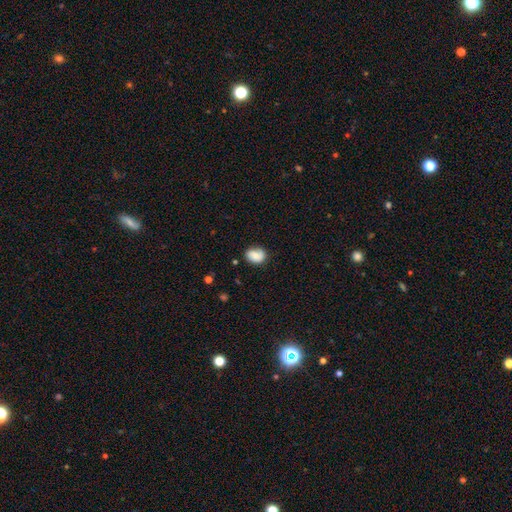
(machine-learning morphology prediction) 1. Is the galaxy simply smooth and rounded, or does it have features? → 72% smooth, 19% featured or disk, 9% star or artifact.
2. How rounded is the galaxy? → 61% in between, 38% round, 1% cigar-shaped.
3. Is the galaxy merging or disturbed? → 69% none, 23% minor disturbance, 5% major disturbance, 3% merger.